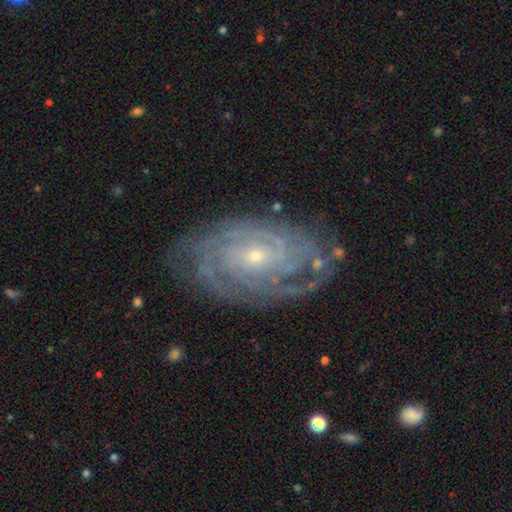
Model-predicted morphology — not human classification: type=featured or disk (87%); edge-on=no (95%); bar=no (71%); spiral arms=yes (97%); winding=tight (80%); arm count=can't tell (31%); bulge=small (74%); merging=none (77%).